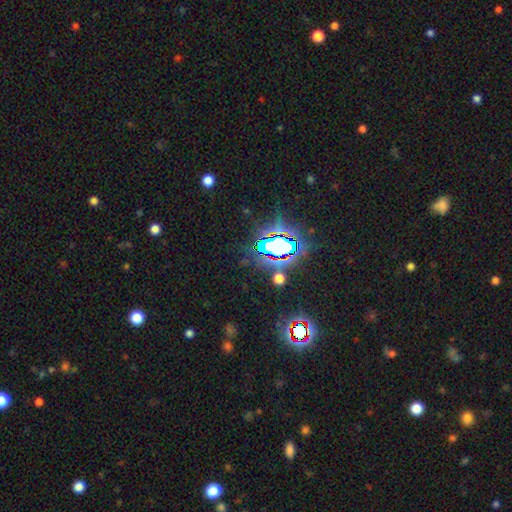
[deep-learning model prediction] Smooth or featured? star or artifact (81%)